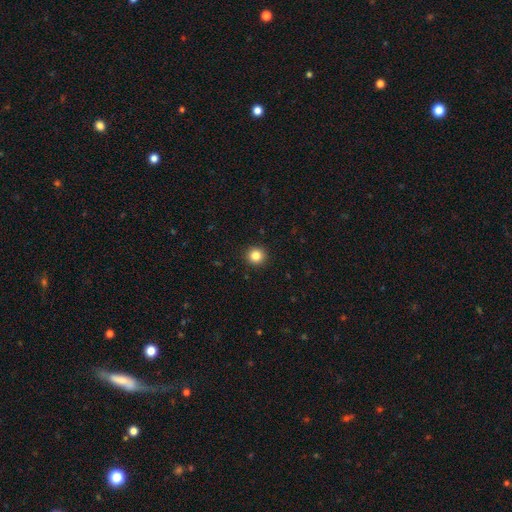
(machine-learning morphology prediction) A smooth galaxy with no disk features (84%) that is round (94%).

Vote fractions:
- Smooth or featured? smooth: 84% / star or artifact: 11% / featured or disk: 5%
- How rounded? round: 94% / in between: 5% / cigar-shaped: 1%
- Merging? none: 93% / minor disturbance: 4% / major disturbance: 2% / merger: 1%